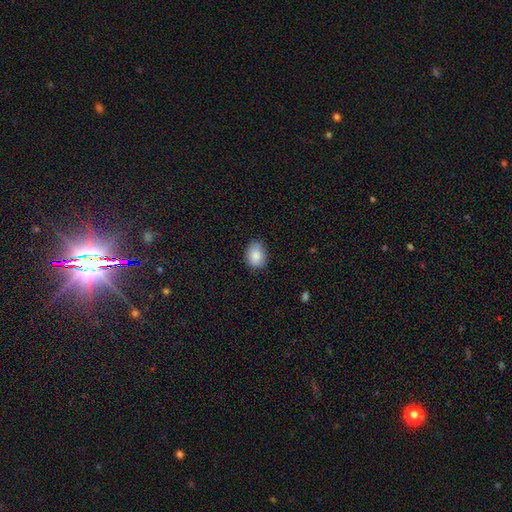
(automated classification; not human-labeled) A smooth galaxy with no disk features (86%) that is in between round and cigar-shaped (67%). Merging: none (80%).